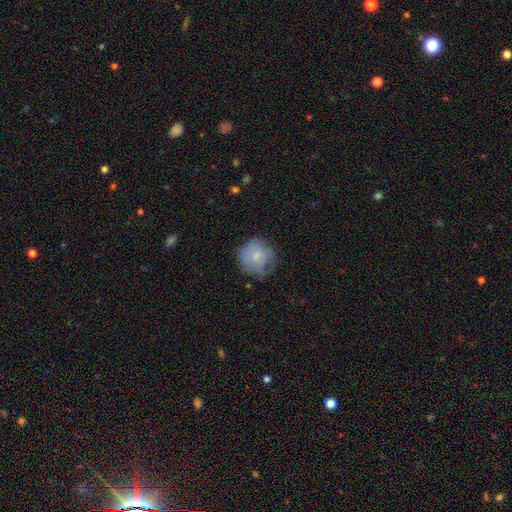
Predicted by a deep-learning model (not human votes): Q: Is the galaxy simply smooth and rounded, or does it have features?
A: smooth — 75%.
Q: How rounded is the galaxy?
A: round — 89%.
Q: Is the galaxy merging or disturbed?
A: none — 58%.